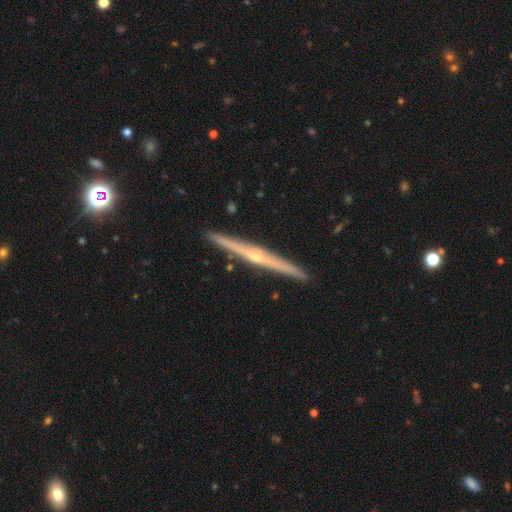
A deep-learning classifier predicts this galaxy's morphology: Smooth or featured? featured or disk (82%)
Edge-on disk? yes (98%)
Edge-on bulge? rounded (84%)
Merging? none (92%)